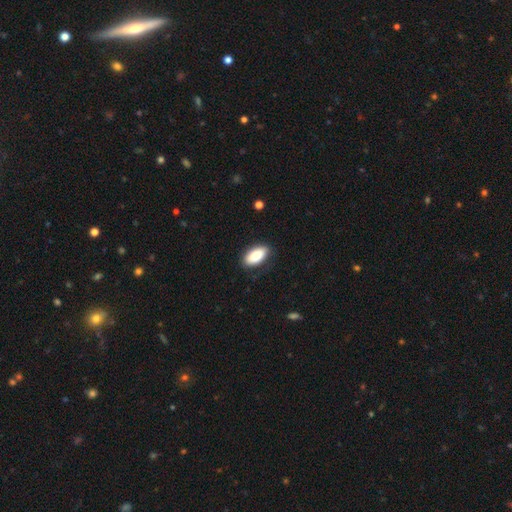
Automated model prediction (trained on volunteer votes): Smooth or featured?
  - smooth: 82% *
  - featured or disk: 11%
  - star or artifact: 6%
How rounded?
  - in between: 93% *
  - cigar-shaped: 4%
  - round: 3%
Merging?
  - none: 84% *
  - minor disturbance: 12%
  - major disturbance: 3%
  - merger: 1%